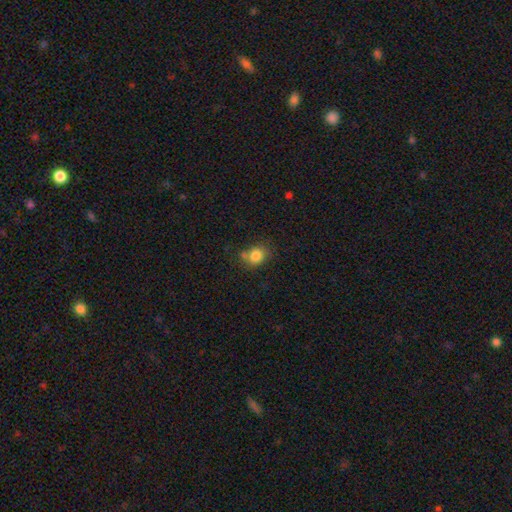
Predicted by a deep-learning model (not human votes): Smooth or featured? smooth (82%)
How rounded? round (63%)
Merging? none (64%)